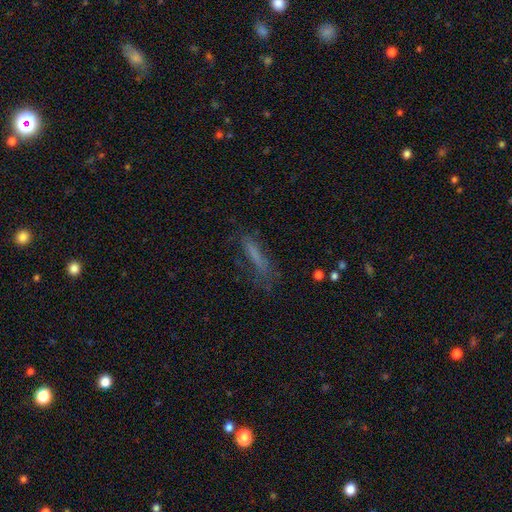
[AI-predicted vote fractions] This appears to be a smooth galaxy with no disk features (61%) that is cigar-shaped (80%). Merging: none (55%).